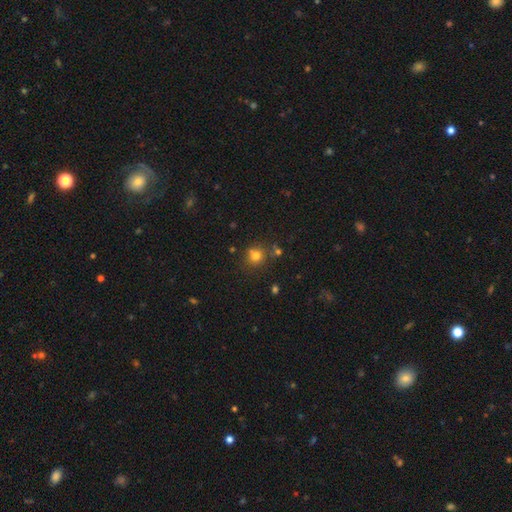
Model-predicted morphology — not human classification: A smooth galaxy with no disk features (75%) that is round (87%). Merging: none (70%).